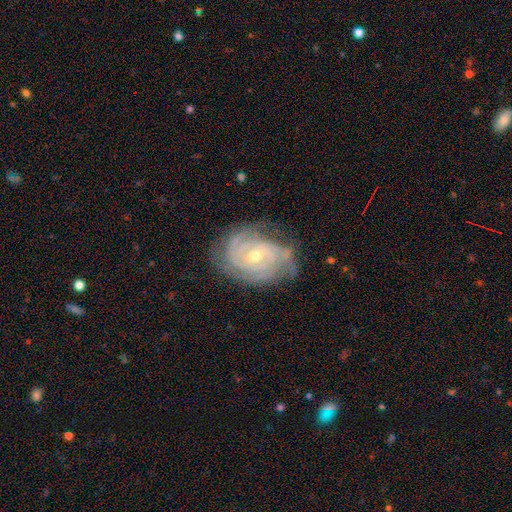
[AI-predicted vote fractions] Q: Smooth or featured?
A: featured or disk (89%); runner-up: smooth (6%)
Q: Edge-on disk?
A: no (97%); runner-up: yes (3%)
Q: Bar?
A: no (59%); runner-up: weak (31%)
Q: Spiral arms?
A: yes (97%); runner-up: no (3%)
Q: Spiral winding?
A: tight (78%); runner-up: medium (19%)
Q: Spiral arm count?
A: 3 (31%); runner-up: can't tell (22%)
Q: Bulge size?
A: moderate (50%); runner-up: small (48%)
Q: Merging?
A: none (72%); runner-up: minor disturbance (21%)